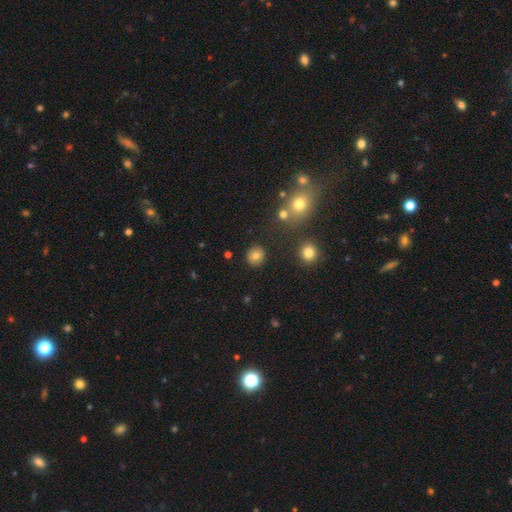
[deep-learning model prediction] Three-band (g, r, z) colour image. It shows a smooth galaxy with no disk features (79%) that is round (89%). Merging: none (88%).